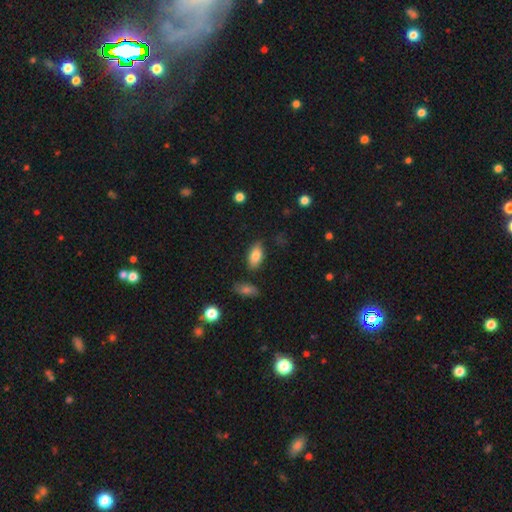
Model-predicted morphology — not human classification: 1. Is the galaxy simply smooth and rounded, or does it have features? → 82% smooth, 11% featured or disk, 8% star or artifact.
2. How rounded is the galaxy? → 91% in between, 5% cigar-shaped, 4% round.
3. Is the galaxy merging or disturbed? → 81% none, 13% minor disturbance, 3% merger, 3% major disturbance.